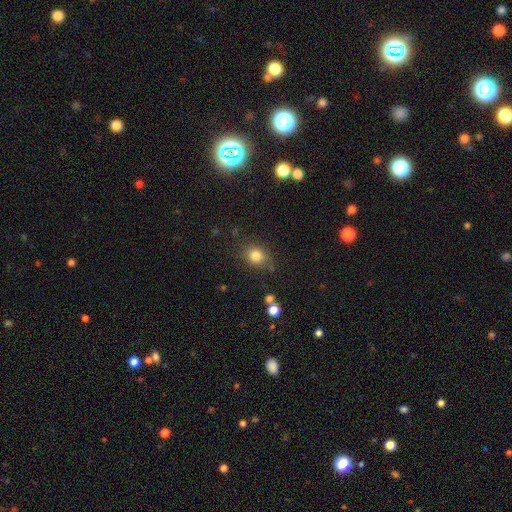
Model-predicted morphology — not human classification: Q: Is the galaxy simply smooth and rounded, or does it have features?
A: smooth — 81%.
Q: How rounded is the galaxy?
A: round — 66%.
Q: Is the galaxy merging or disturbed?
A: none — 75%.